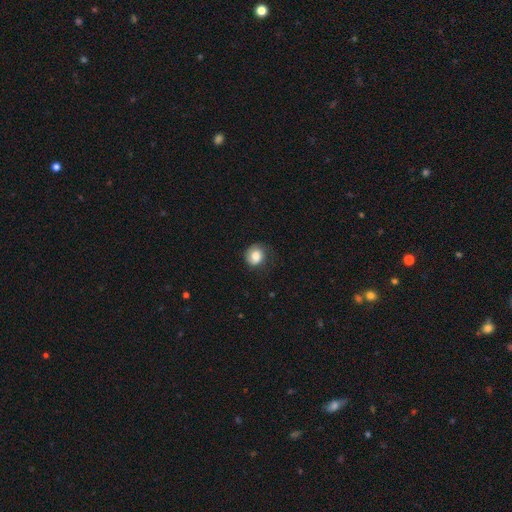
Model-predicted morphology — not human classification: Overall: smooth (74%). How rounded: round (72%). Merging: none (64%; minor disturbance 25%).